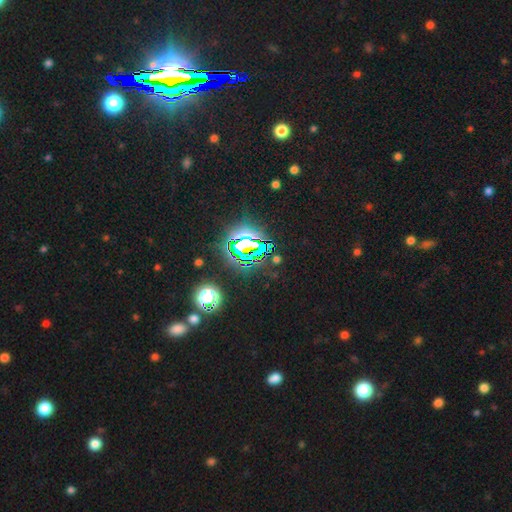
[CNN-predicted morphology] Q: Smooth or featured?
A: star or artifact (83%); runner-up: smooth (10%)